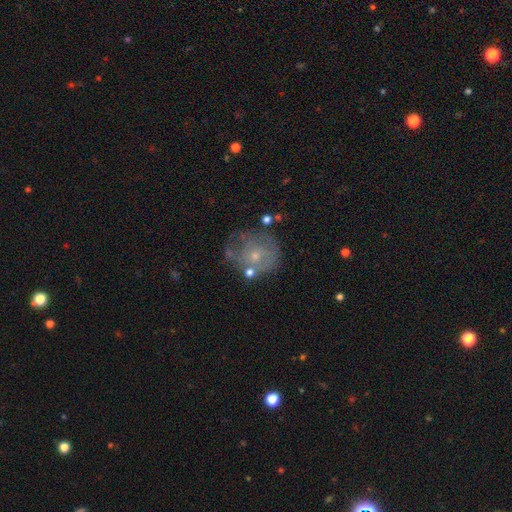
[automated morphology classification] Overall: featured or disk (61%; smooth 30%). Edge-on disk: no (98%). Bar: no (82%). Spiral arms: yes (58%; no 42%). Bulge size: small (67%; moderate 28%). Merging: none (55%; minor disturbance 22%).